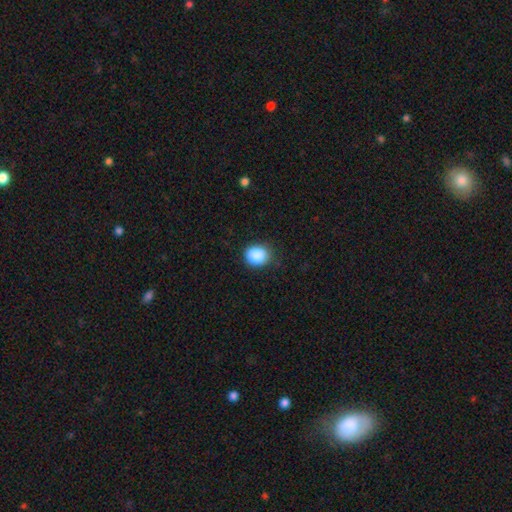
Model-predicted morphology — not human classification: Smooth or featured? Predicted: smooth (p=0.87). How rounded? Predicted: round (p=0.64). Merging? Predicted: none (p=0.82).